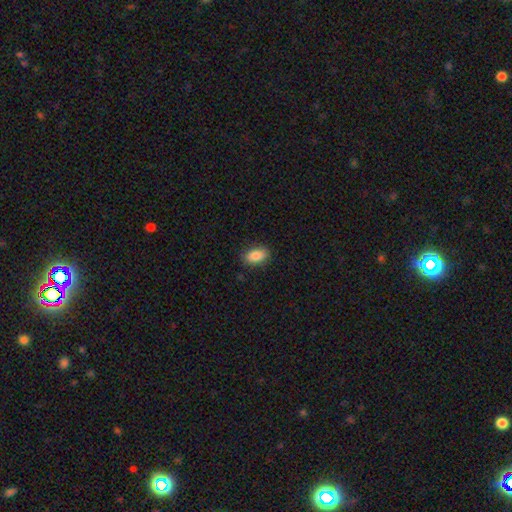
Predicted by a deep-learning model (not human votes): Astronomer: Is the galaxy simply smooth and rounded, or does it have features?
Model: smooth — 86%.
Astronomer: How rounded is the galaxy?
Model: in between — 90%.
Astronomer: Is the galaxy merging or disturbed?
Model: none — 85%.